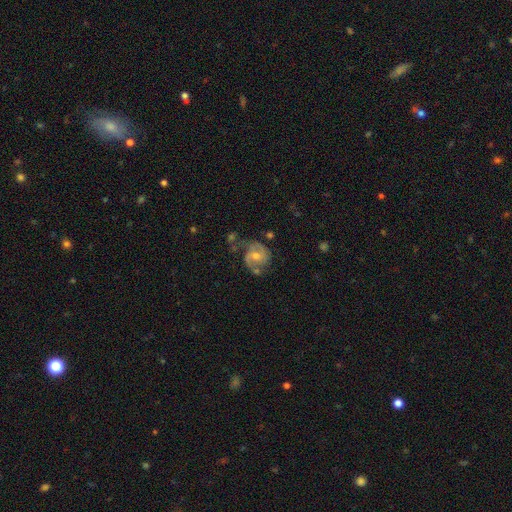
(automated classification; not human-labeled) This appears to be a featured or disk galaxy (81%) with no bar (54%), 2 (81%) medium (50%) spiral arms (94%) and a moderate central bulge (57%). Merging: none (61%).